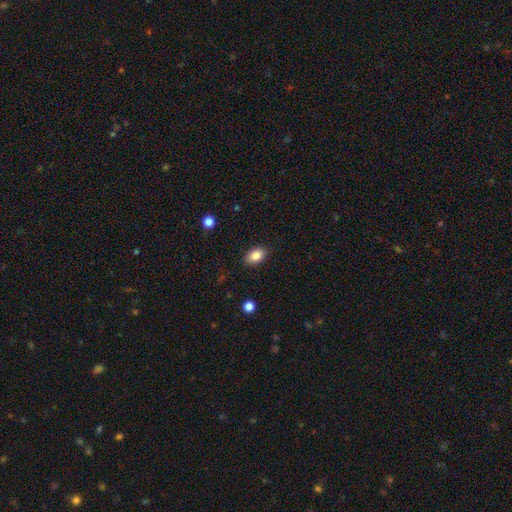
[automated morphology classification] A smooth galaxy with no disk features (86%) that is in between round and cigar-shaped (85%). Merging: none (87%).